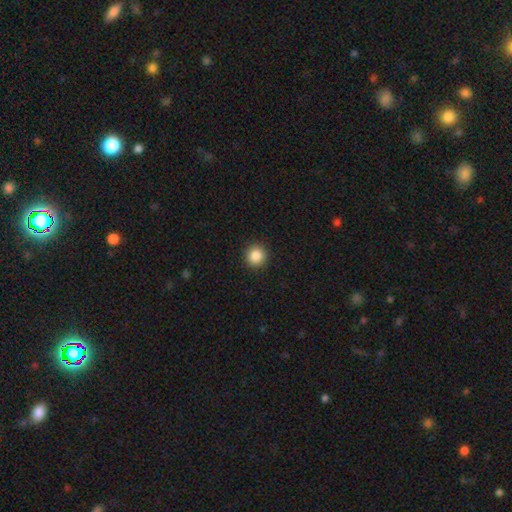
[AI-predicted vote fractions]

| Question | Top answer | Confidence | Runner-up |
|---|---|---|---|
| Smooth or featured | smooth | 87% | star or artifact (10%) |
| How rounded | round | 94% | in between (5%) |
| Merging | none | 93% | minor disturbance (5%) |